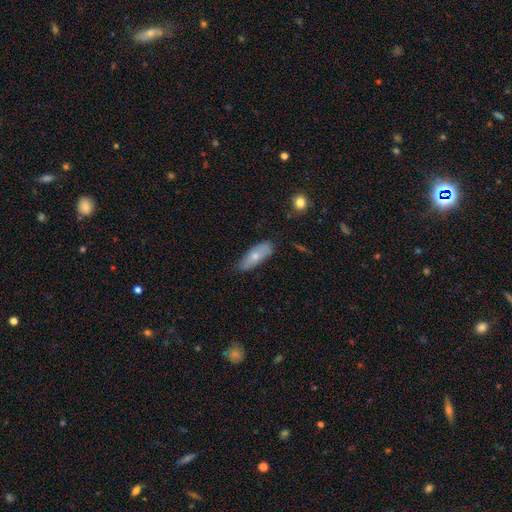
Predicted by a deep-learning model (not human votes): smooth-or-featured: smooth: 67% | featured or disk: 26% | star or artifact: 7%
  how-rounded: in between: 66% | cigar-shaped: 31% | round: 3%
  merging: none: 72% | minor disturbance: 22% | major disturbance: 4% | merger: 2%